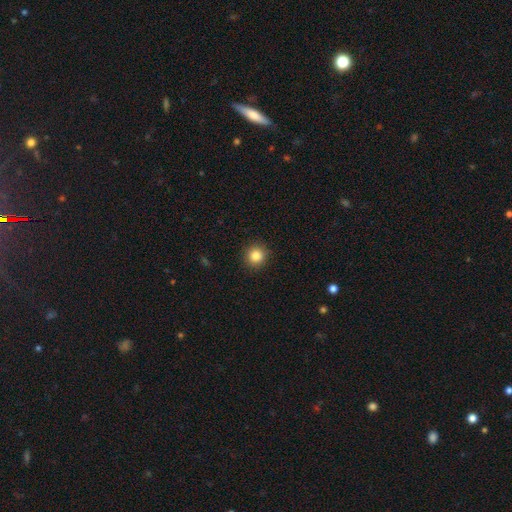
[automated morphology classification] This appears to be a smooth galaxy with no disk features (85%) that is round (93%). Merging: none (92%).